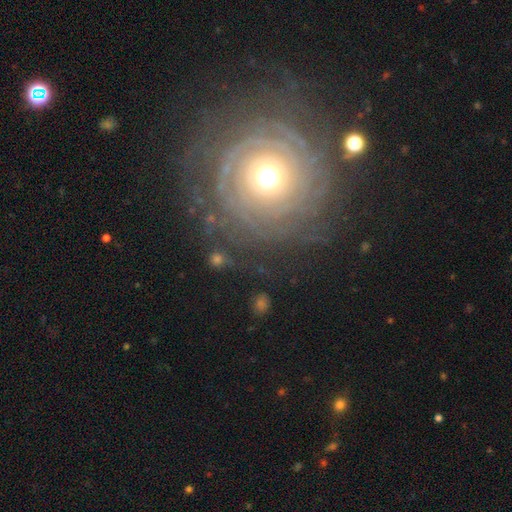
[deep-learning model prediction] Morphology: type=featured or disk (75%); edge-on=no (97%); bar=no (82%); spiral arms=yes (87%); winding=tight (86%); arm count=can't tell (39%); bulge=moderate (65%); merging=none (81%).